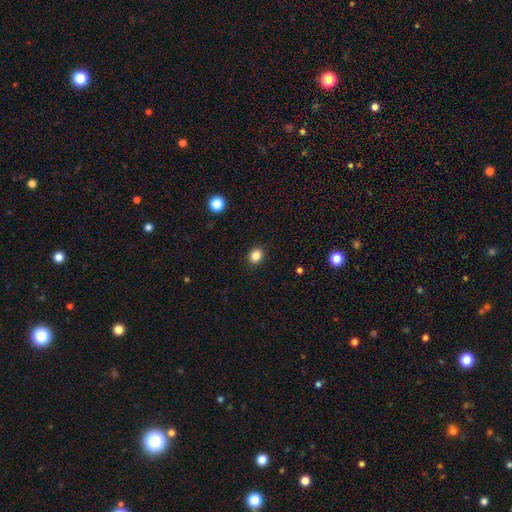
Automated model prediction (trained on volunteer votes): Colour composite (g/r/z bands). It shows a smooth galaxy with no disk features (85%) that is round (58%). Merging: none (90%).